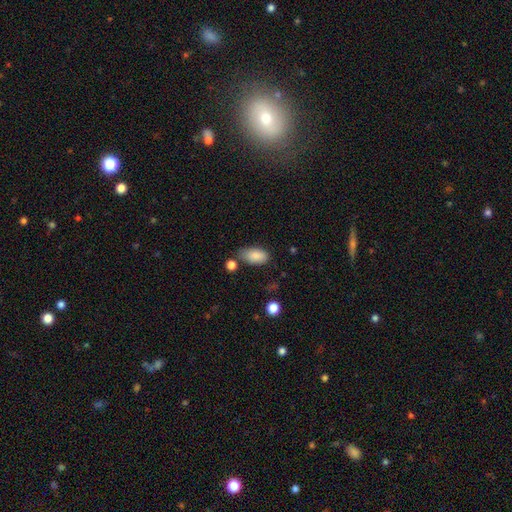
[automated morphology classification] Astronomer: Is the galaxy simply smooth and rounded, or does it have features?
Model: smooth — 86%.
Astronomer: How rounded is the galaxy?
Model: in between — 93%.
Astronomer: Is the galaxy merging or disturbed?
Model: none — 66%.